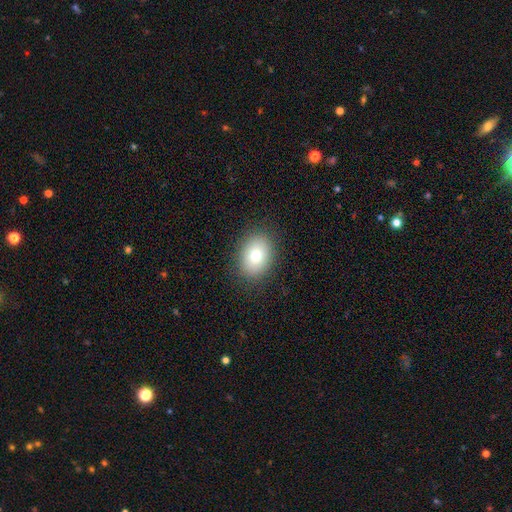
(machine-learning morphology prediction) Smooth or featured? Predicted: smooth (p=0.76). How rounded? Predicted: in between (p=0.66). Merging? Predicted: none (p=0.87).